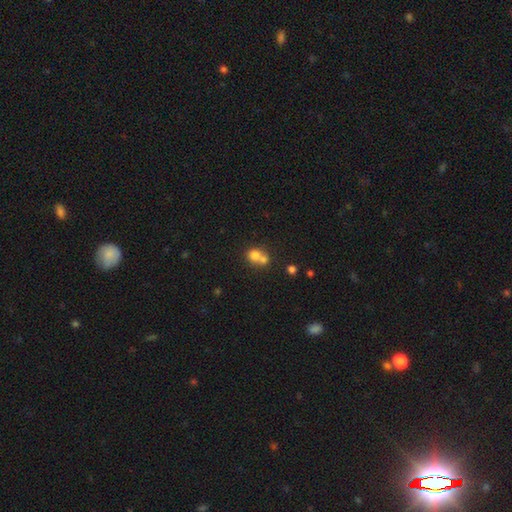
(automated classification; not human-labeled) Morphology: type=smooth (74%); roundness=round (74%); merging=merger (60%).